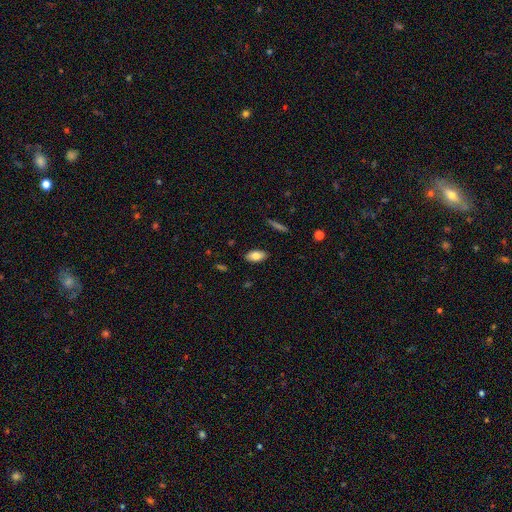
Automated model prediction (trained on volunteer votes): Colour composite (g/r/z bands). It shows a smooth galaxy with no disk features (81%) that is in between round and cigar-shaped (91%). Merging: none (87%).